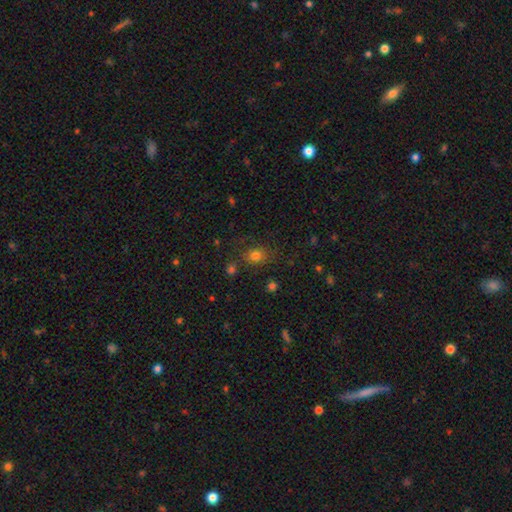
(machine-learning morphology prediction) Overall: smooth (77%). How rounded: round (51%; in between 47%). Merging: none (73%).